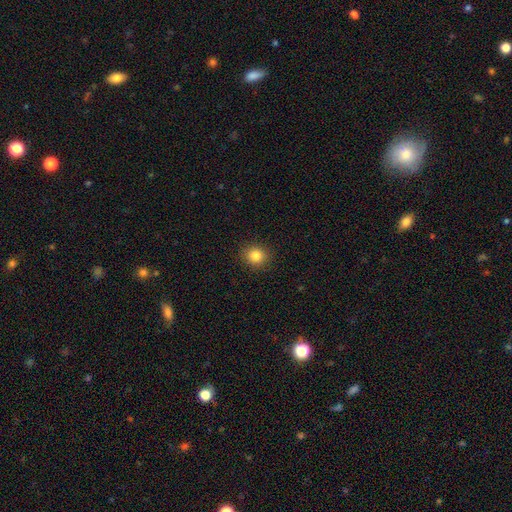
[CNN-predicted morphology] Smooth or featured: smooth — 83% (star or artifact — 11%)
How rounded: round — 84% (in between — 15%)
Merging: none — 91% (minor disturbance — 6%)